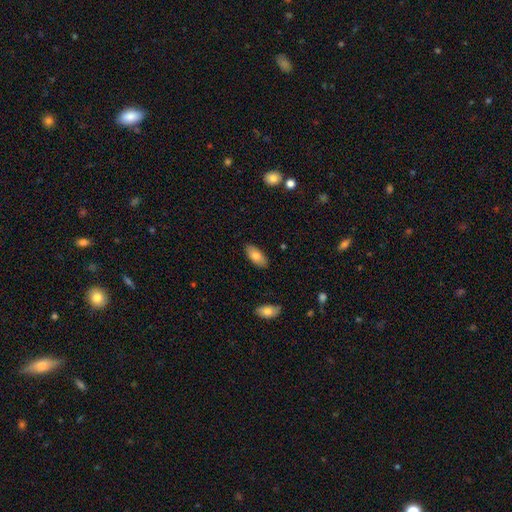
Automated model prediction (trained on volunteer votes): This is likely a smooth galaxy (78%). How rounded: clearly in between (89%). Merging: clearly none (86%).